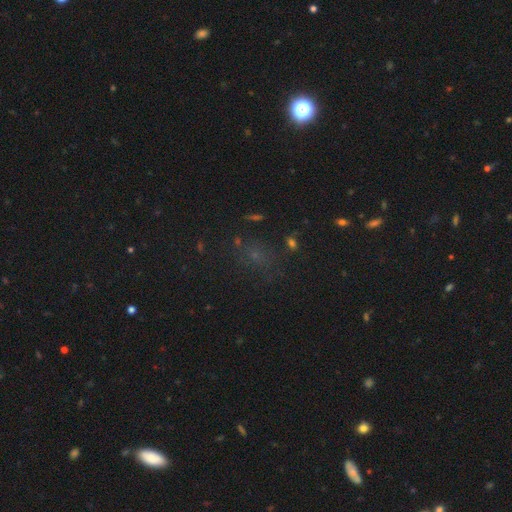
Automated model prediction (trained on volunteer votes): This is possibly a star or artifact rather than a galaxy (46%).